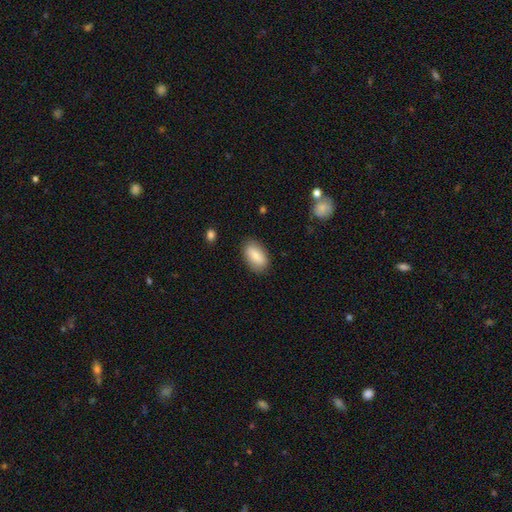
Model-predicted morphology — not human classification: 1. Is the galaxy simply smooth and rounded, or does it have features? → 81% smooth, 12% featured or disk, 7% star or artifact.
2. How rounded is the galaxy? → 91% in between, 5% cigar-shaped, 4% round.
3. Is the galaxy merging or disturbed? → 84% none, 11% minor disturbance, 3% major disturbance, 1% merger.